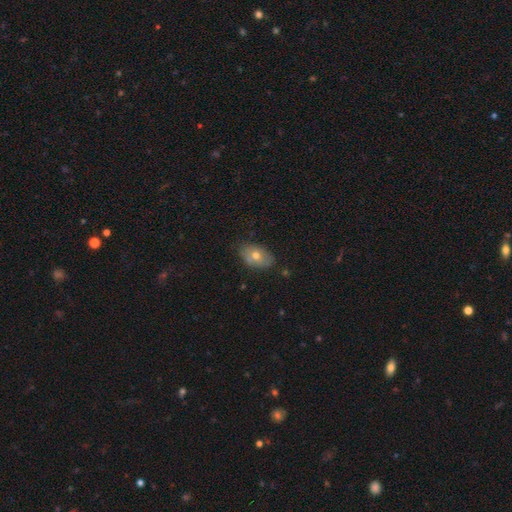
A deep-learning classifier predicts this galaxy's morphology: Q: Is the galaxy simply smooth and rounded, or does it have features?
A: smooth — 62%.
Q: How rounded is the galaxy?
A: in between — 86%.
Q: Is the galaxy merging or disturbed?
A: none — 75%.